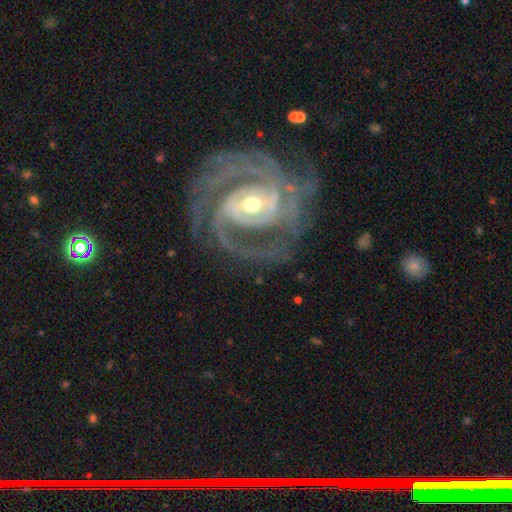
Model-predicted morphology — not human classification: This appears to be a featured or disk galaxy (93%) with a weak bar (39%), 3 (36%) tight (66%) spiral arms (98%) and a moderate central bulge (57%). Merging: none (73%).